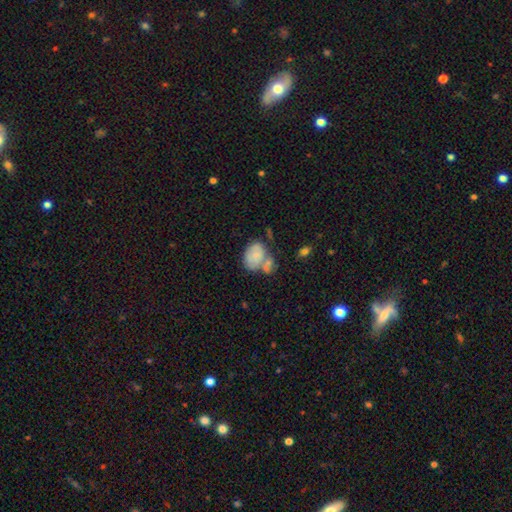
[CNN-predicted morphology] This appears to be a smooth galaxy with no disk features (67%) that is in between round and cigar-shaped (67%). Merging: merger (35%, tied with none).